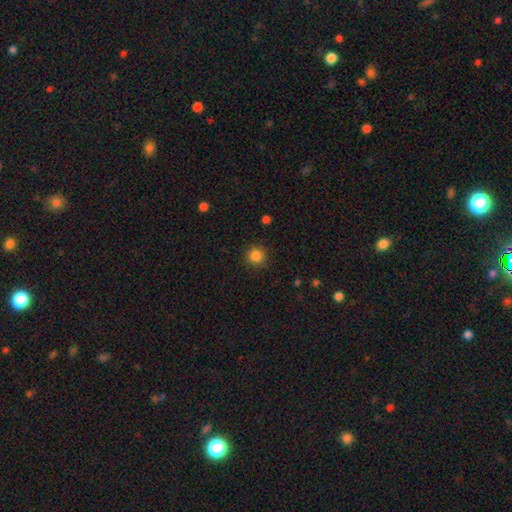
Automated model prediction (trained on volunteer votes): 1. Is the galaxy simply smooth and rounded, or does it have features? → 85% smooth, 11% star or artifact, 4% featured or disk.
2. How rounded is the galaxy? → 94% round, 5% in between, 1% cigar-shaped.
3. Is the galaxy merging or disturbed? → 90% none, 7% minor disturbance, 2% major disturbance, 1% merger.